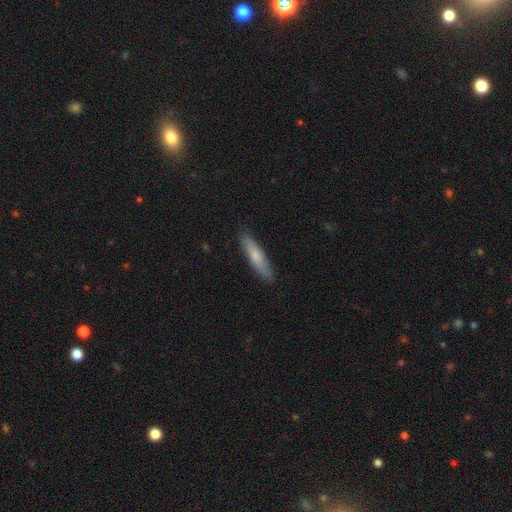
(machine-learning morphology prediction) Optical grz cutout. It shows a smooth galaxy with no disk features (69%) that is cigar-shaped (80%). Merging: none (86%).